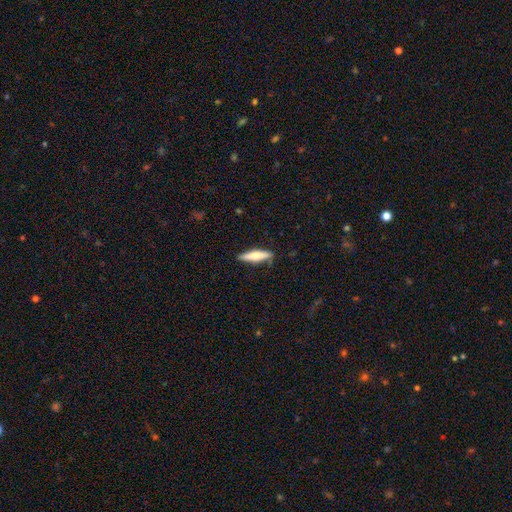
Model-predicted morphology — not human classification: This is possibly a smooth galaxy (55%). How rounded: likely cigar-shaped (79%). Merging: clearly none (87%).